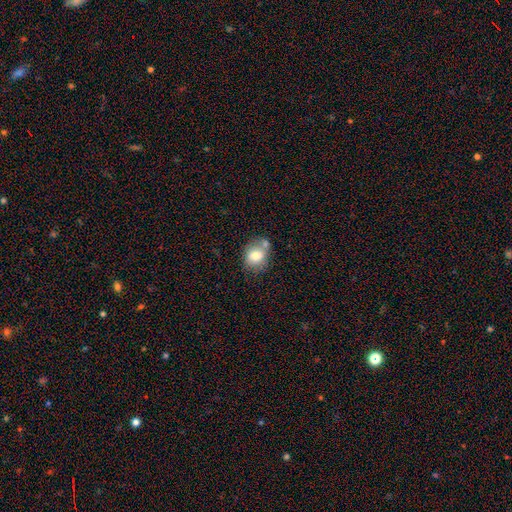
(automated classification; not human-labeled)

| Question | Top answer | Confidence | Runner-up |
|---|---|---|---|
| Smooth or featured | smooth | 74% | featured or disk (17%) |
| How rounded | round | 55% | in between (45%) |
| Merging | none | 51% | merger (25%) |